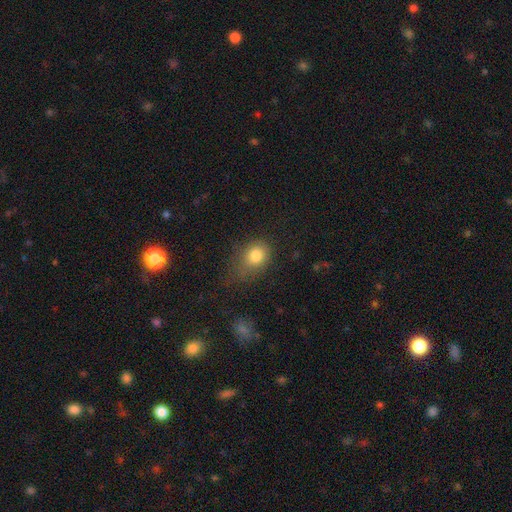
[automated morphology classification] A smooth galaxy with no disk features (81%) that is round (49%, tied with in between). Merging: none (49%).